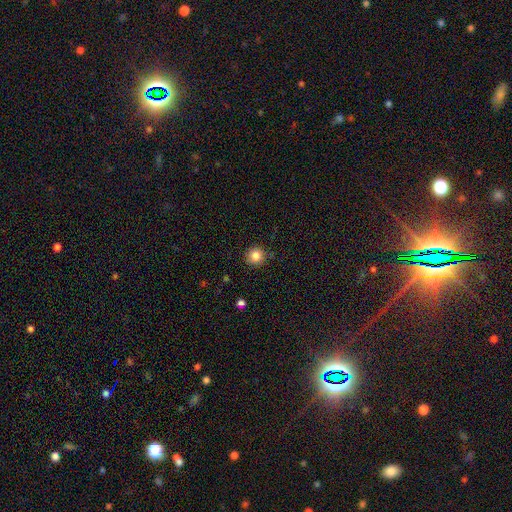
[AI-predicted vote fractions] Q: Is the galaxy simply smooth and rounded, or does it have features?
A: smooth — 84%.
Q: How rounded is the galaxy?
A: round — 94%.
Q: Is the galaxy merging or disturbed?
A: none — 89%.